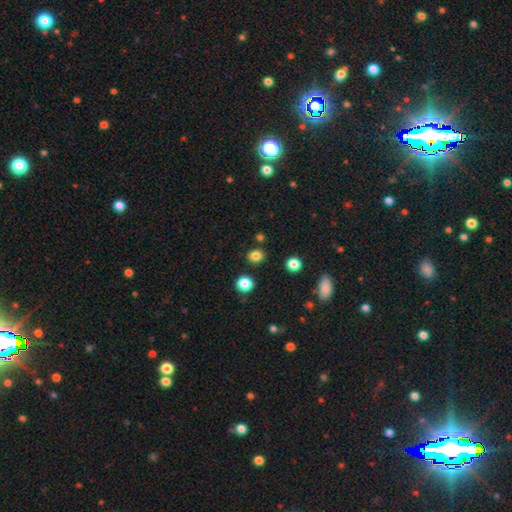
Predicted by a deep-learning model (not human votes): Smooth or featured? smooth (82%)
How rounded? round (65%)
Merging? none (86%)